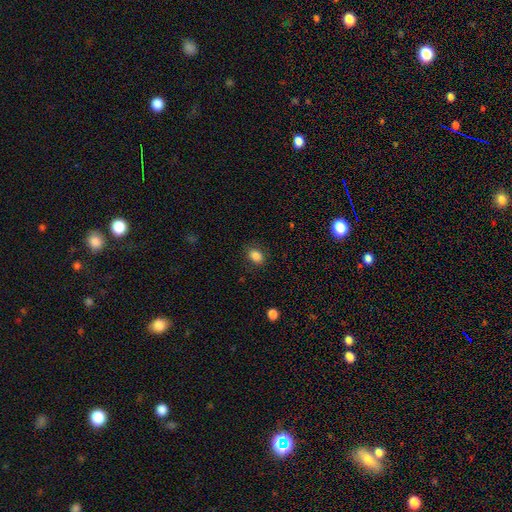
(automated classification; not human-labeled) Smooth or featured?
  - smooth: 85% *
  - star or artifact: 10%
  - featured or disk: 5%
How rounded?
  - in between: 70% *
  - round: 29%
  - cigar-shaped: 1%
Merging?
  - none: 83% *
  - minor disturbance: 12%
  - major disturbance: 4%
  - merger: 1%